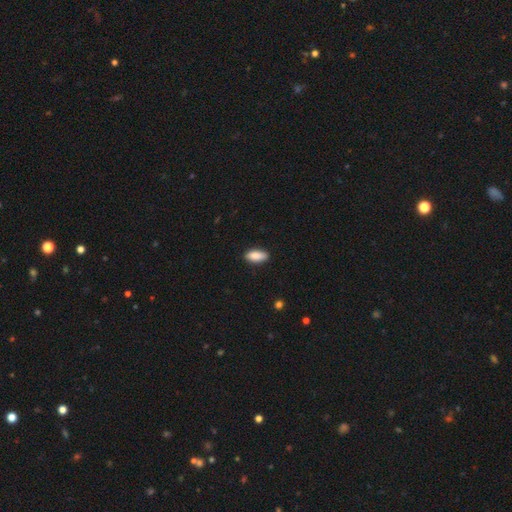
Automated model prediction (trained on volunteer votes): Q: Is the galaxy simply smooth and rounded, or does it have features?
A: smooth — 87%.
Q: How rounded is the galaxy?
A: in between — 86%.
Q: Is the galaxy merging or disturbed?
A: none — 87%.